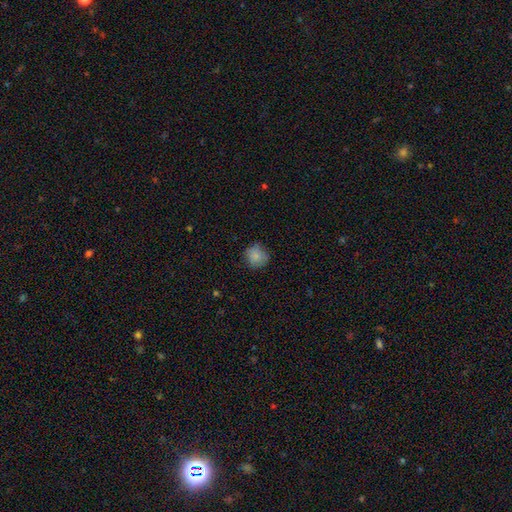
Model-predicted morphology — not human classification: Smooth or featured: smooth — 85% (star or artifact — 9%)
How rounded: round — 89% (in between — 10%)
Merging: none — 79% (minor disturbance — 16%)